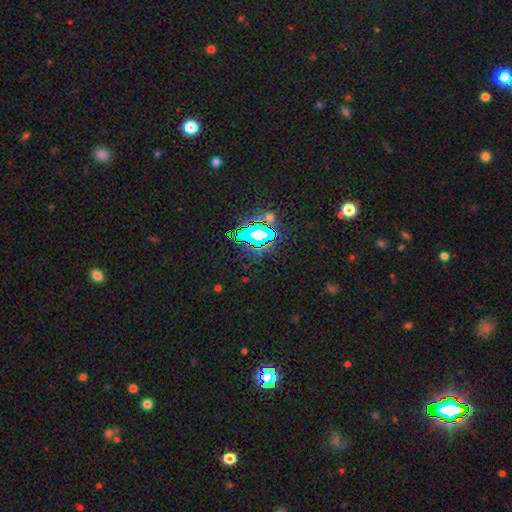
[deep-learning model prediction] A star or artifact, not a galaxy (80%).

Vote fractions:
- Smooth or featured? star or artifact: 80% / smooth: 13% / featured or disk: 8%